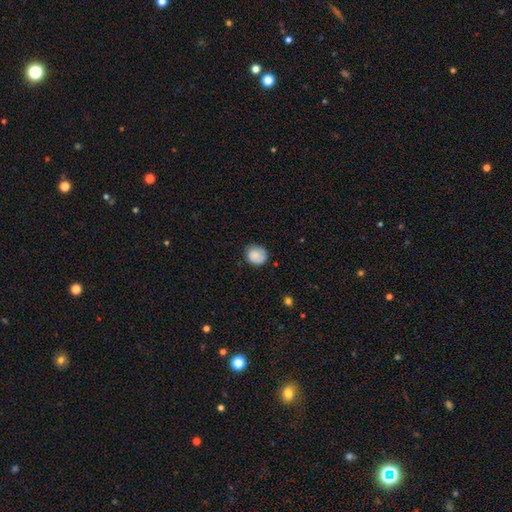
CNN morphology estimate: A smooth galaxy with no disk features (81%) that is round (80%). Merging: none (71%).